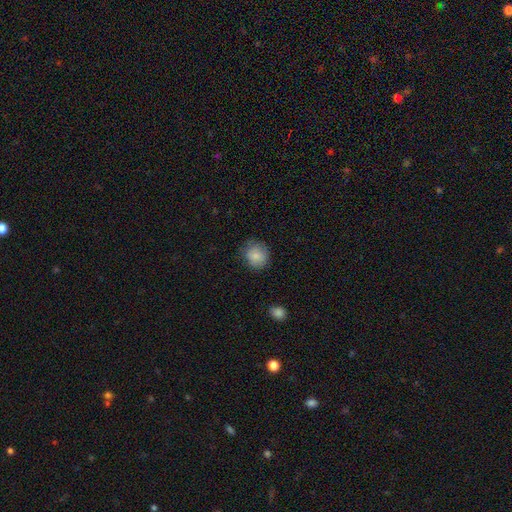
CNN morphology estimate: This appears to be a smooth galaxy with no disk features (85%) that is round (78%). Merging: none (73%).